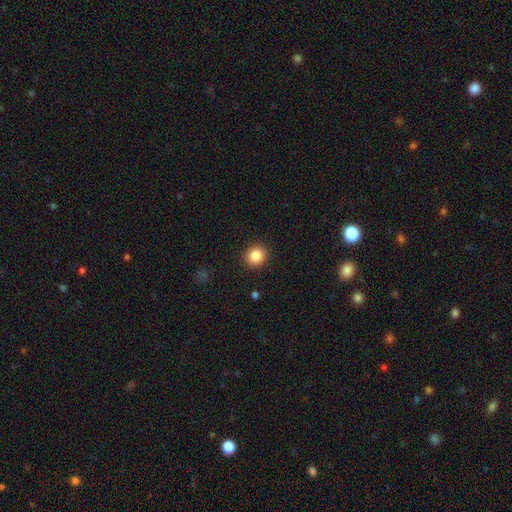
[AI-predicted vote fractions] Smooth or featured? Predicted: smooth (p=0.85). How rounded? Predicted: round (p=0.87). Merging? Predicted: none (p=0.91).